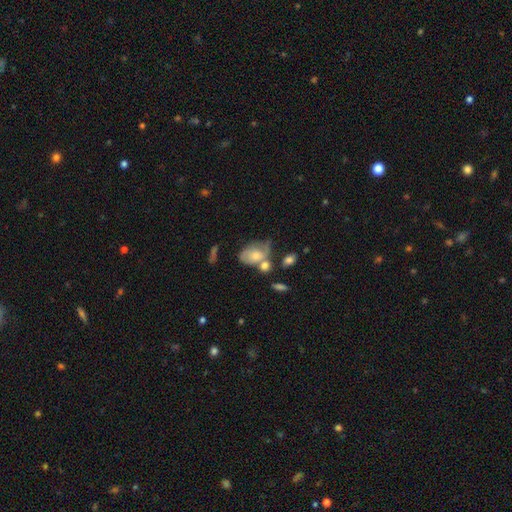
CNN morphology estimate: smooth-or-featured: smooth: 57% | featured or disk: 35% | star or artifact: 9%
  how-rounded: in between: 81% | round: 17% | cigar-shaped: 2%
  merging: none: 29% | minor disturbance: 27% | merger: 25% | major disturbance: 19%